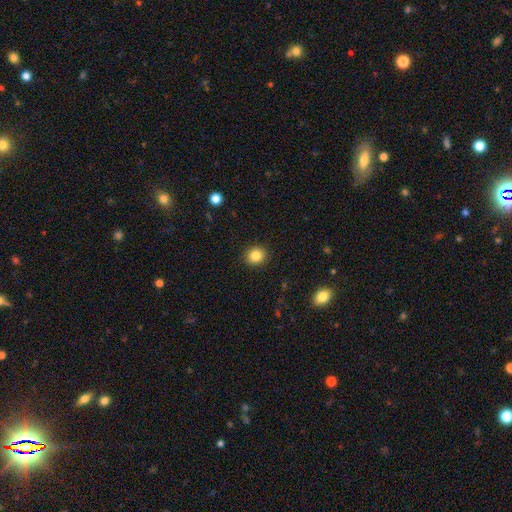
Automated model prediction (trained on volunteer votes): A smooth galaxy with no disk features (85%) that is round (81%).

Vote fractions:
- Smooth or featured? smooth: 85% / star or artifact: 10% / featured or disk: 5%
- How rounded? round: 81% / in between: 19% / cigar-shaped: 1%
- Merging? none: 91% / minor disturbance: 6% / major disturbance: 2% / merger: 1%